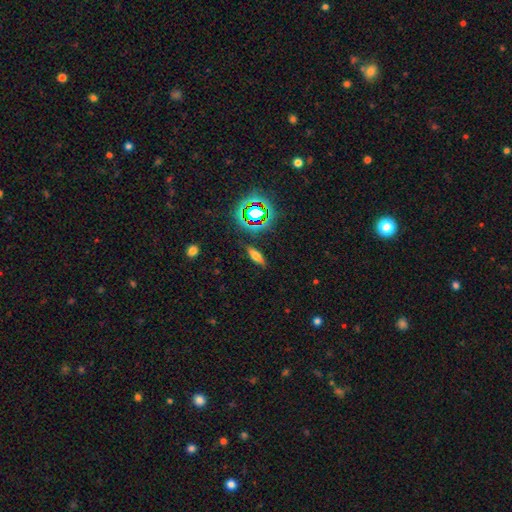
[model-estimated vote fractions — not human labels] Overall: smooth (53%; featured or disk 26%). How rounded: cigar-shaped (52%; in between 42%). Merging: none (84%).